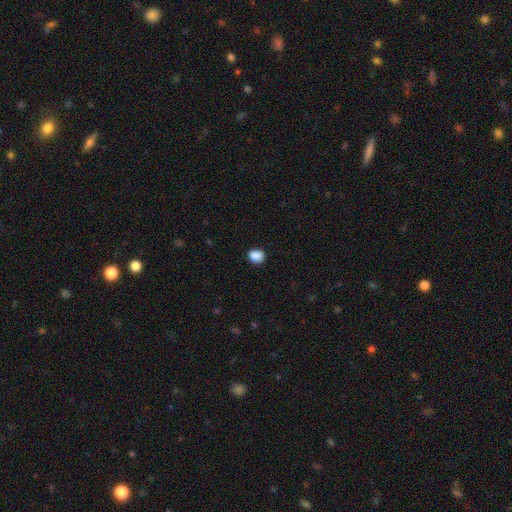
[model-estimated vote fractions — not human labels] Morphology: type=smooth (88%); roundness=round (61%); merging=none (82%).